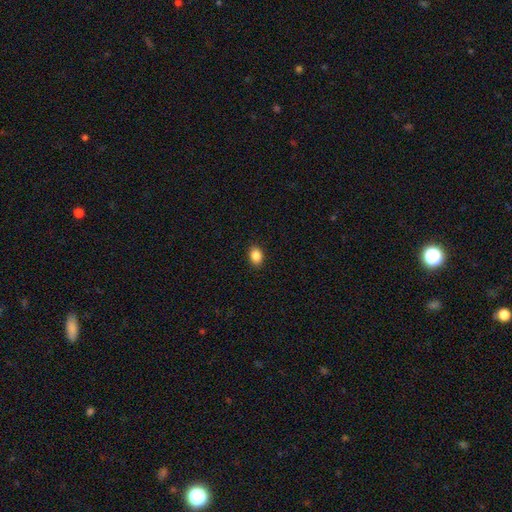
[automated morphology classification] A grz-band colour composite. It shows a smooth galaxy with no disk features (87%) that is in between round and cigar-shaped (73%). Merging: none (90%).